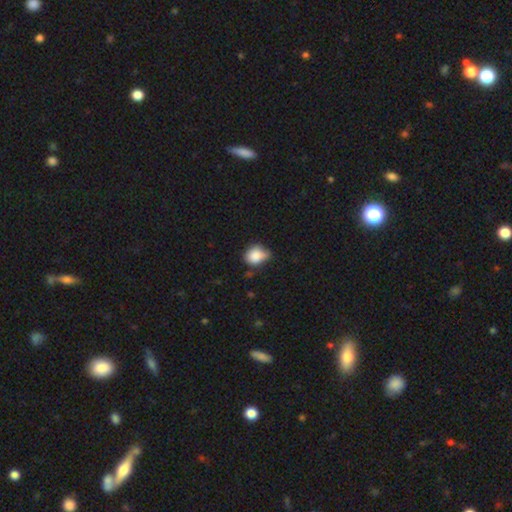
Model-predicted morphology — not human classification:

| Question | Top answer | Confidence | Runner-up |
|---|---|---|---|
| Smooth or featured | smooth | 84% | star or artifact (9%) |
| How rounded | round | 56% | in between (43%) |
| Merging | minor disturbance | 44% | tied: none (44%) |